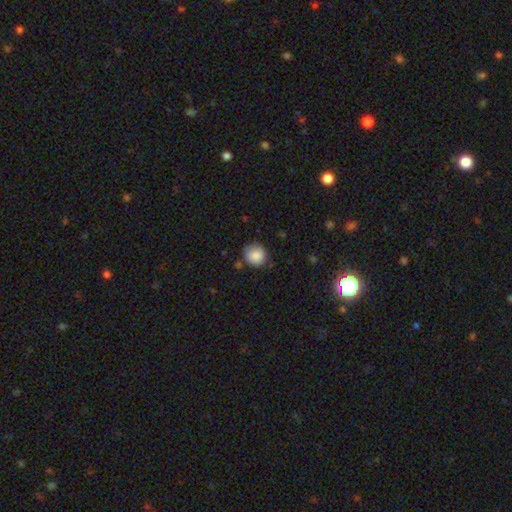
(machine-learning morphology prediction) Smooth or featured? Predicted: smooth (p=0.87). How rounded? Predicted: round (p=0.89). Merging? Predicted: none (p=0.77).